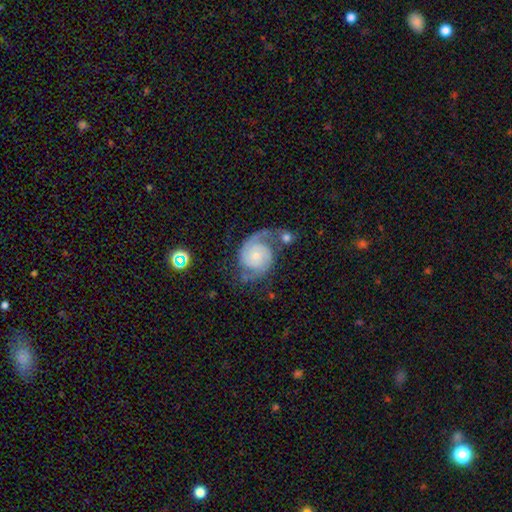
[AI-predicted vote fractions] Smooth or featured: featured or disk — 87% (smooth — 8%)
Edge-on disk: no — 98% (yes — 2%)
Bar: no — 73% (weak — 23%)
Spiral arms: yes — 98% (no — 2%)
Spiral winding: tight — 46% (medium — 42%)
Spiral arm count: 2 — 86% (can't tell — 4%)
Bulge size: small — 67% (moderate — 25%)
Merging: none — 55% (minor disturbance — 20%)